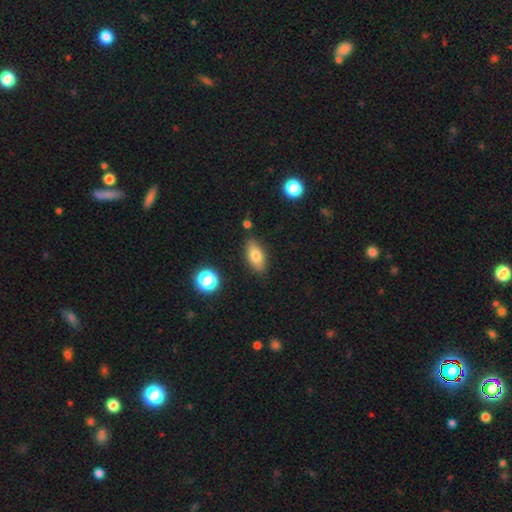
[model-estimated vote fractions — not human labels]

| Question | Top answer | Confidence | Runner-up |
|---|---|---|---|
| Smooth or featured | smooth | 75% | featured or disk (16%) |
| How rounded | in between | 84% | cigar-shaped (10%) |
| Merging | none | 85% | minor disturbance (10%) |